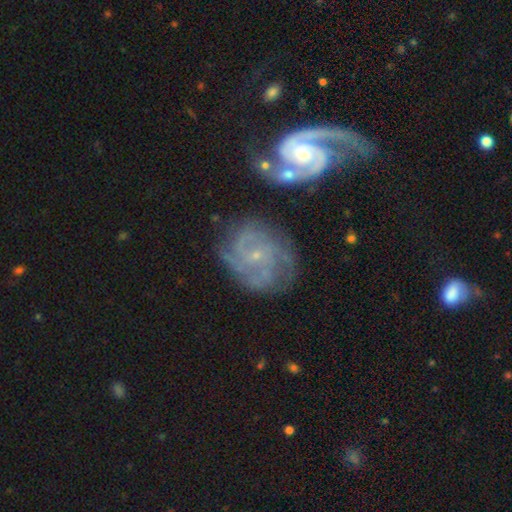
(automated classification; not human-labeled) smooth_or_featured: featured or disk (p=0.85) [alt: smooth p=0.09]
disk_edge_on: no (p=0.97) [alt: yes p=0.03]
bar: no (p=0.68) [alt: weak p=0.27]
has_spiral_arms: yes (p=0.96) [alt: no p=0.04]
spiral_winding: tight (p=0.50) [alt: medium p=0.40]
spiral_arm_count: 2 (p=0.30) [alt: 3 p=0.29]
bulge_size: small (p=0.80) [alt: moderate p=0.15]
merging: none (p=0.56) [alt: minor disturbance p=0.20]